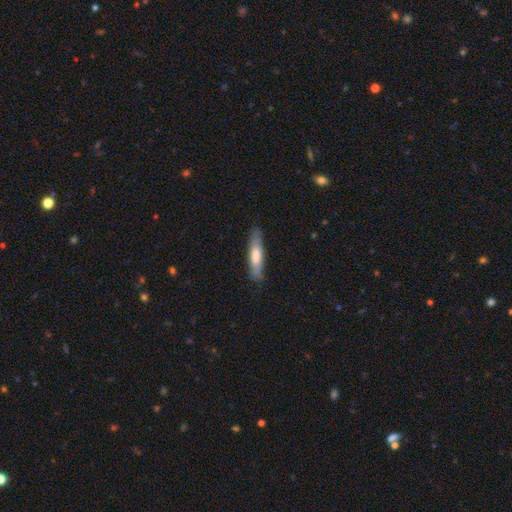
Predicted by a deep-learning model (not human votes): Smooth or featured?
  - smooth: 62% *
  - featured or disk: 32%
  - star or artifact: 6%
How rounded?
  - cigar-shaped: 79% *
  - in between: 20%
  - round: 1%
Merging?
  - none: 81% *
  - minor disturbance: 15%
  - major disturbance: 3%
  - merger: 1%